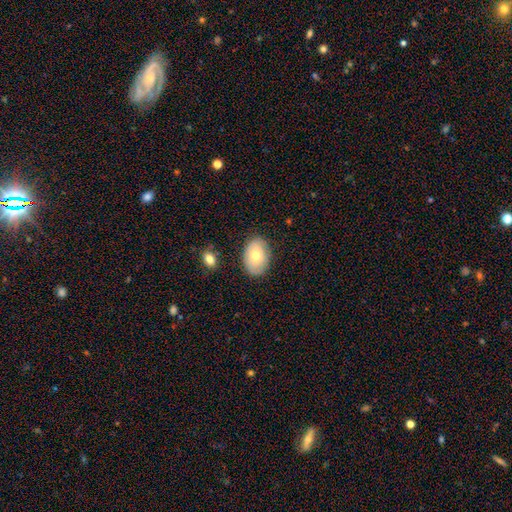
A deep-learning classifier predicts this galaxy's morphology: Smooth or featured: smooth — 72% (featured or disk — 21%)
How rounded: in between — 85% (round — 14%)
Merging: none — 82% (minor disturbance — 13%)